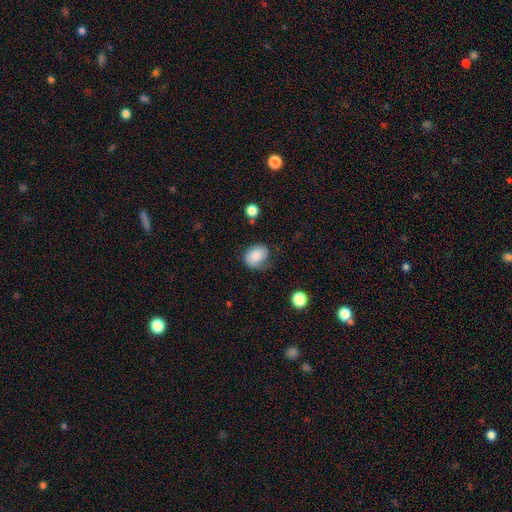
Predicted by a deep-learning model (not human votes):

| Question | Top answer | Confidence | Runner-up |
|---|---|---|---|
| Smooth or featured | smooth | 80% | featured or disk (11%) |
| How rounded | round | 52% | in between (47%) |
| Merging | none | 68% | minor disturbance (24%) |